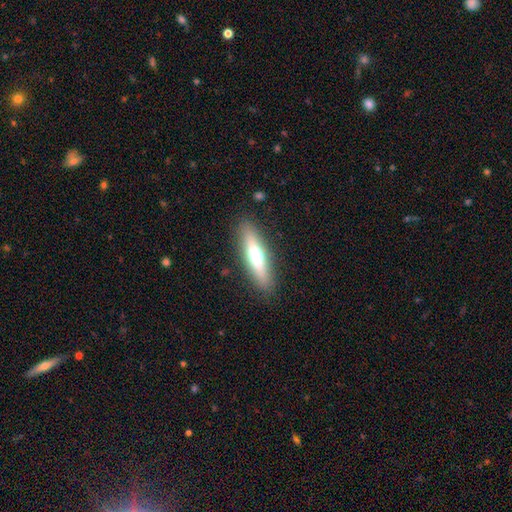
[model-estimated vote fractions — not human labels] smooth_or_featured: smooth (p=0.52) [alt: featured or disk p=0.41]
how_rounded: cigar-shaped (p=0.74) [alt: in between p=0.25]
merging: none (p=0.88) [alt: minor disturbance p=0.08]